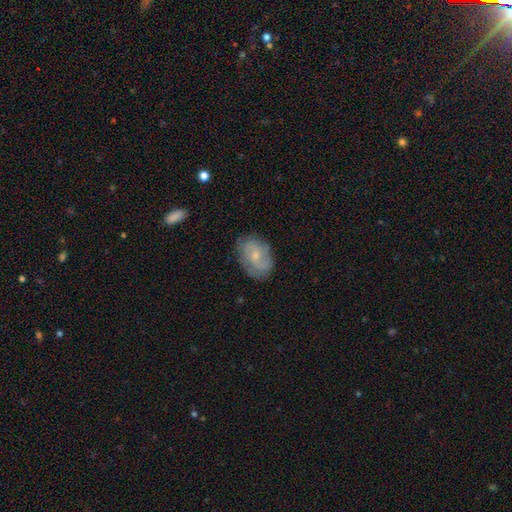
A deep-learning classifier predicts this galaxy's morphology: A featured or disk galaxy (59%) with no bar (61%), spiral arms (84%) and a small central bulge (59%).

Vote fractions:
- Smooth or featured? featured or disk: 59% / smooth: 34% / star or artifact: 7%
- Edge-on disk? no: 96% / yes: 4%
- Bar? no: 61% / weak: 34% / strong: 5%
- Spiral arms? yes: 84% / no: 16%
- Bulge size? small: 59% / moderate: 32% / none: 6% / large: 2% / dominant: 1%
- Merging? none: 73% / minor disturbance: 19% / major disturbance: 6% / merger: 1%